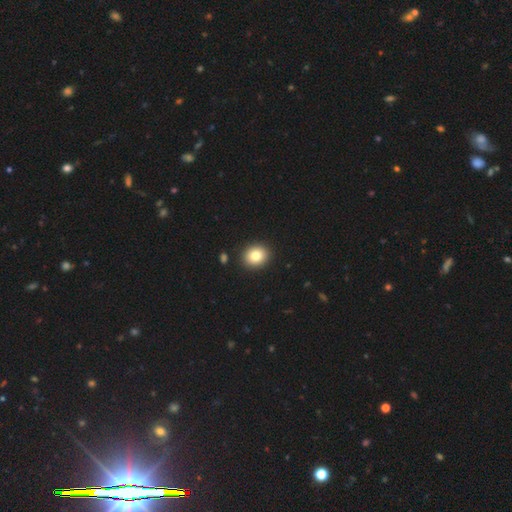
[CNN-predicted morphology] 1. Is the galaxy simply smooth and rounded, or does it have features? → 81% smooth, 10% star or artifact, 9% featured or disk.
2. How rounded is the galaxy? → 69% round, 30% in between, 1% cigar-shaped.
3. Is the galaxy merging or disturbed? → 91% none, 6% minor disturbance, 2% major disturbance, 2% merger.